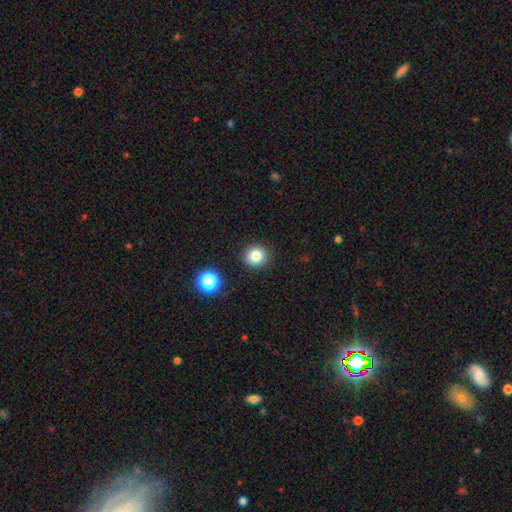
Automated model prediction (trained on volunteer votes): Morphology: type=smooth (82%); roundness=round (93%); merging=none (90%).